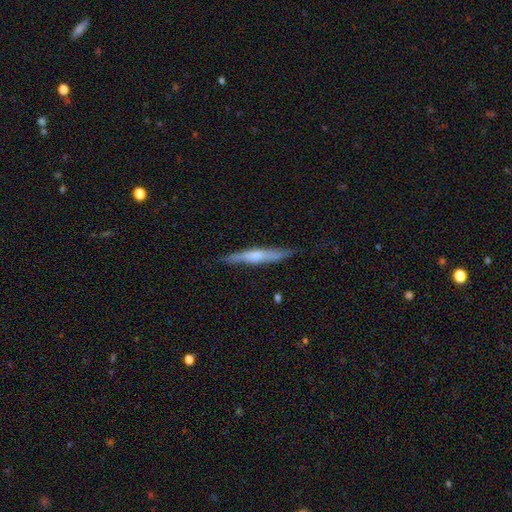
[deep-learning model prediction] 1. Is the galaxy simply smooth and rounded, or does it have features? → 52% featured or disk, 42% smooth, 6% star or artifact.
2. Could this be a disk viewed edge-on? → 92% yes, 8% no.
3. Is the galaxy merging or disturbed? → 80% none, 15% minor disturbance, 3% major disturbance, 1% merger.